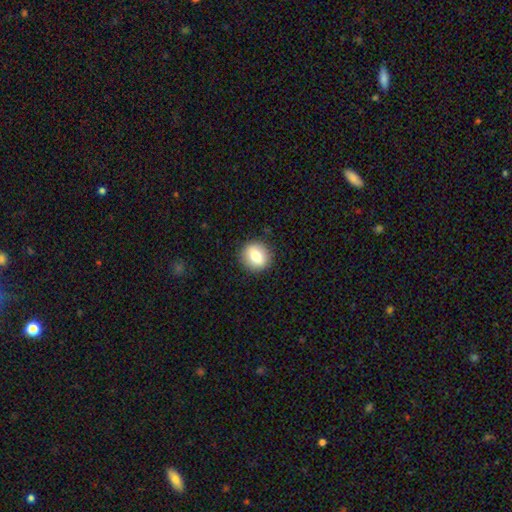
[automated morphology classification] type=smooth (75%); roundness=round (81%); merging=none (89%).